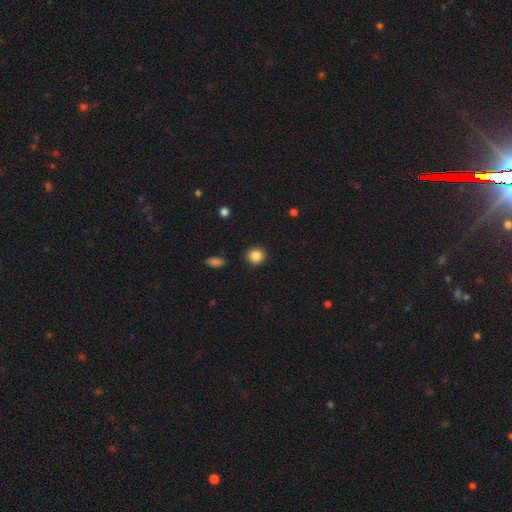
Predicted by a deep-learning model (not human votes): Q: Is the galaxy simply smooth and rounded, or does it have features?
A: smooth — 86%.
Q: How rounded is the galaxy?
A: round — 90%.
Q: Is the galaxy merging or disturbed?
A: none — 91%.